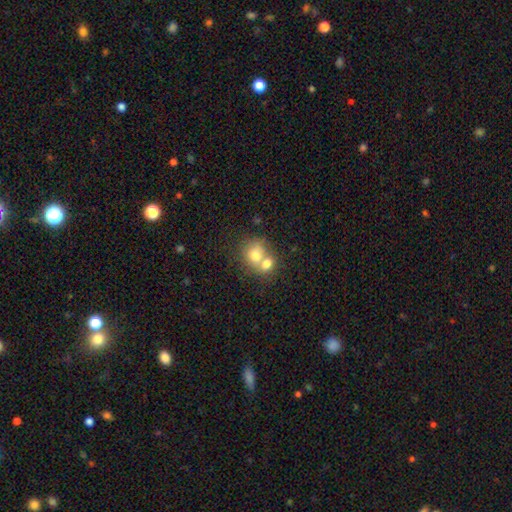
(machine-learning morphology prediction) Q: Smooth or featured?
A: smooth (72%); runner-up: featured or disk (19%)
Q: How rounded?
A: round (67%); runner-up: in between (32%)
Q: Merging?
A: merger (64%); runner-up: none (26%)